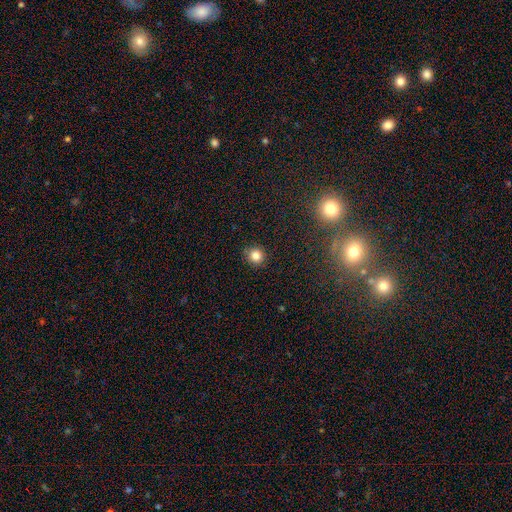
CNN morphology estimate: This appears to be a smooth galaxy with no disk features (83%) that is round (91%). Merging: none (88%).